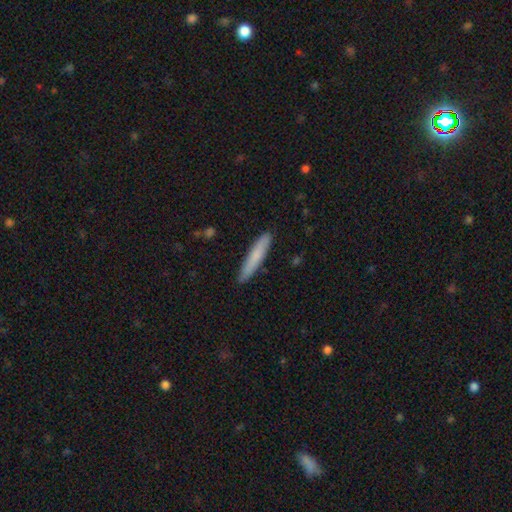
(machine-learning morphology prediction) Q: Smooth or featured?
A: smooth (77%); runner-up: featured or disk (17%)
Q: How rounded?
A: cigar-shaped (93%); runner-up: in between (6%)
Q: Merging?
A: none (90%); runner-up: minor disturbance (8%)